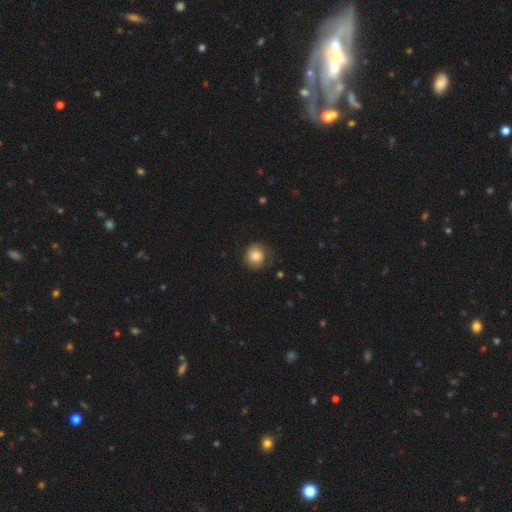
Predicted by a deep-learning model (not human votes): Smooth or featured? Predicted: smooth (p=0.77). How rounded? Predicted: round (p=0.87). Merging? Predicted: none (p=0.69).